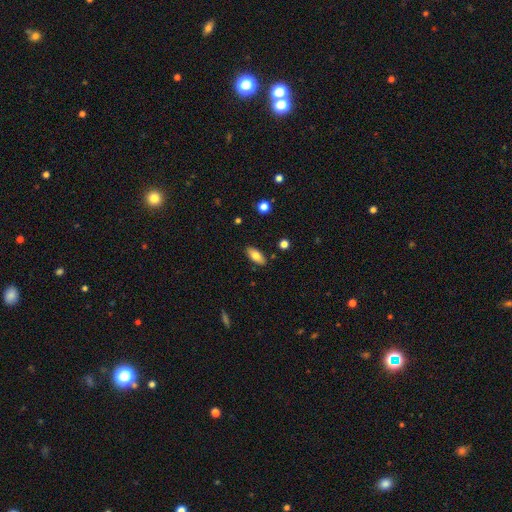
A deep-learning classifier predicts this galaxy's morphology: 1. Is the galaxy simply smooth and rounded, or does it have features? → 75% smooth, 17% featured or disk, 7% star or artifact.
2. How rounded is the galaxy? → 84% in between, 14% cigar-shaped, 3% round.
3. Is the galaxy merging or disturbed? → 87% none, 9% minor disturbance, 2% major disturbance, 2% merger.